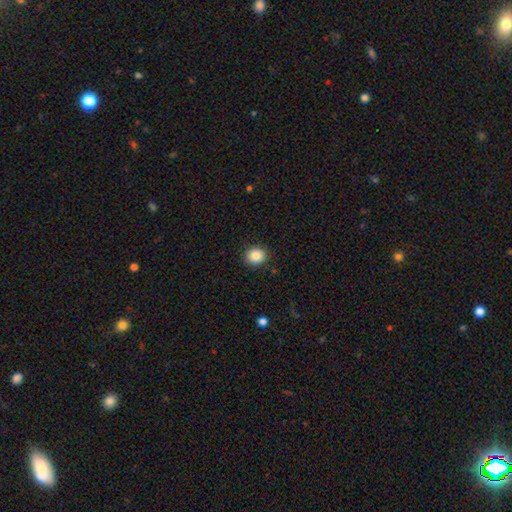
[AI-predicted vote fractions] Overall: smooth (86%). How rounded: round (80%). Merging: none (90%).